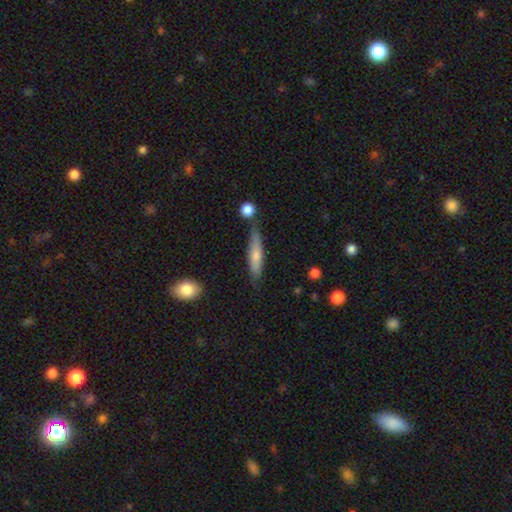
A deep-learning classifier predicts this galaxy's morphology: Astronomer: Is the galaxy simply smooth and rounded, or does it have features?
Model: smooth — 63%.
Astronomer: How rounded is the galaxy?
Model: cigar-shaped — 83%.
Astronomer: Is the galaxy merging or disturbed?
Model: none — 71%.